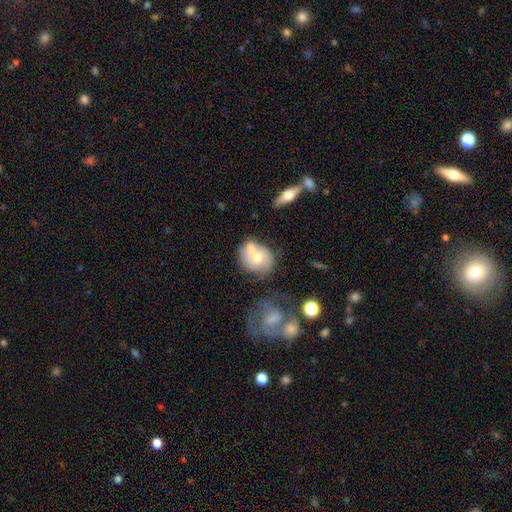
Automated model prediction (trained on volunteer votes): smooth-or-featured: smooth: 55% | featured or disk: 38% | star or artifact: 8%
  how-rounded: round: 58% | in between: 41% | cigar-shaped: 1%
  merging: merger: 55% | none: 29% | minor disturbance: 11% | major disturbance: 6%